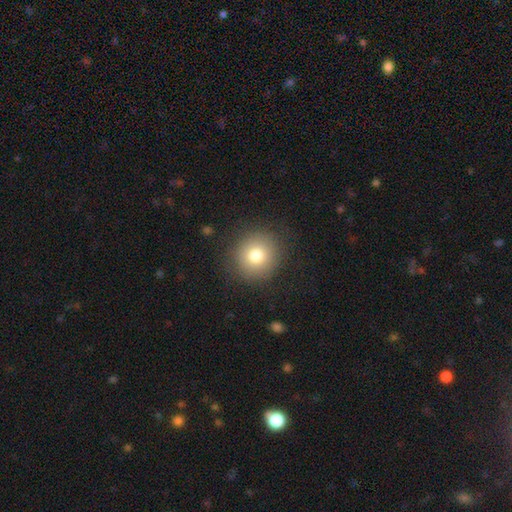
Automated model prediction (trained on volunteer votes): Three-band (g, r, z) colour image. It shows a smooth galaxy with no disk features (78%) that is round (92%). Merging: none (87%).